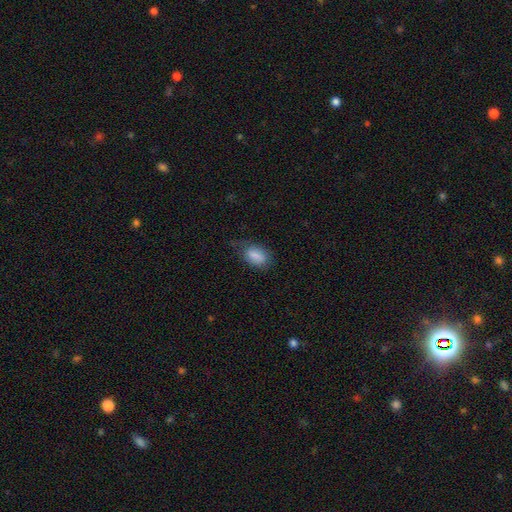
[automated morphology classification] smooth 84%, featured or disk 9%, star or artifact 7%. Down the decision tree: how rounded — in between (89%); merging — none (59%).